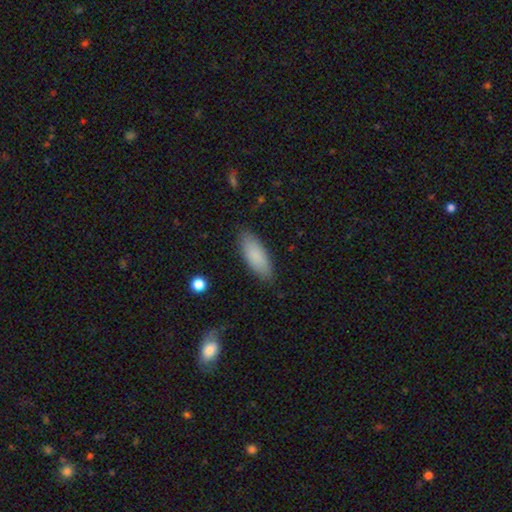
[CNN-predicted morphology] This is clearly a smooth galaxy (86%). How rounded: likely in between (71%). Merging: clearly none (86%).